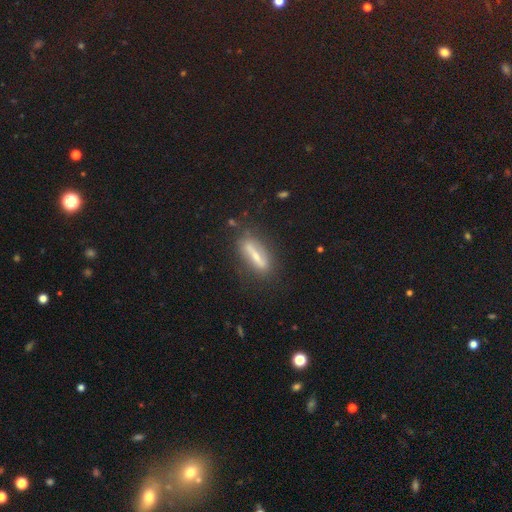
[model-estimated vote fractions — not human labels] Overall: featured or disk (56%; smooth 35%). Edge-on disk: yes (51%; no 49%). Merging: none (76%).